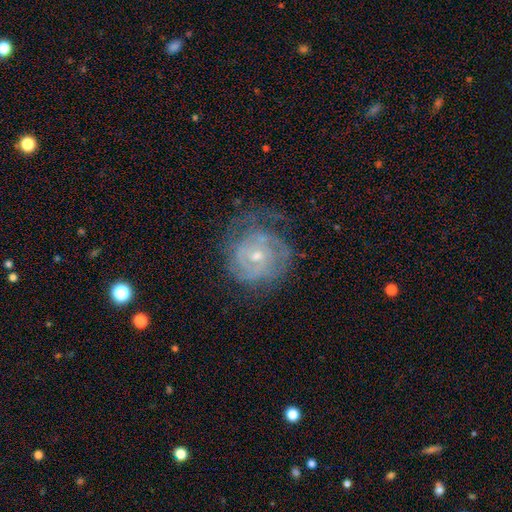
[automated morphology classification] featured or disk 80%, smooth 13%, star or artifact 7%. Down the decision tree: edge-on disk — no (98%); bar — no (62%); spiral arms — yes (88%); spiral arm count — can't tell (45%); spiral winding — tight (69%); bulge size — small (59%); merging — none (58%).